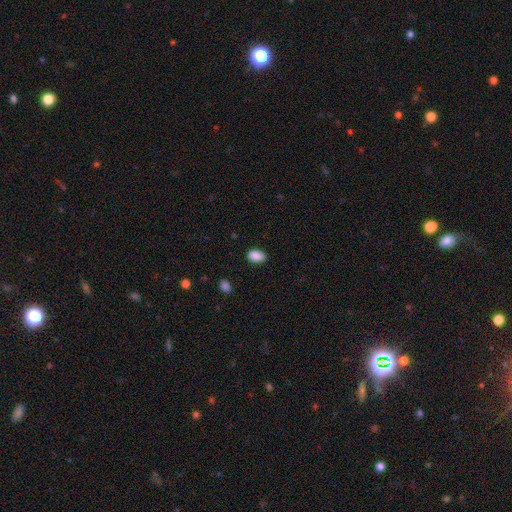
Smooth or featured? smooth (87%)
How rounded? in between (88%)
Merging? none (69%)